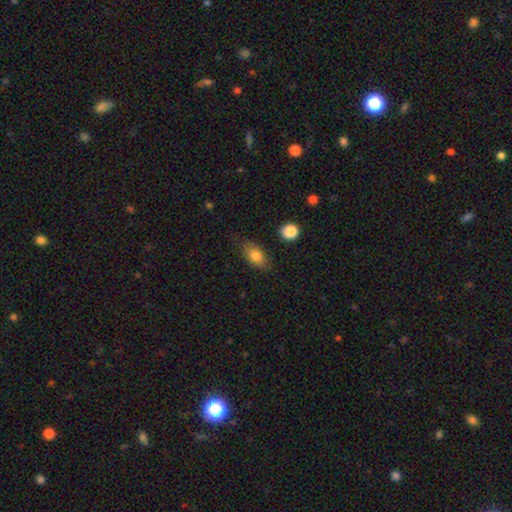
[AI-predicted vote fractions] A smooth galaxy with no disk features (78%) that is in between round and cigar-shaped (84%).

Vote fractions:
- Smooth or featured? smooth: 78% / featured or disk: 14% / star or artifact: 8%
- How rounded? in between: 84% / round: 10% / cigar-shaped: 6%
- Merging? none: 74% / minor disturbance: 19% / major disturbance: 5% / merger: 2%